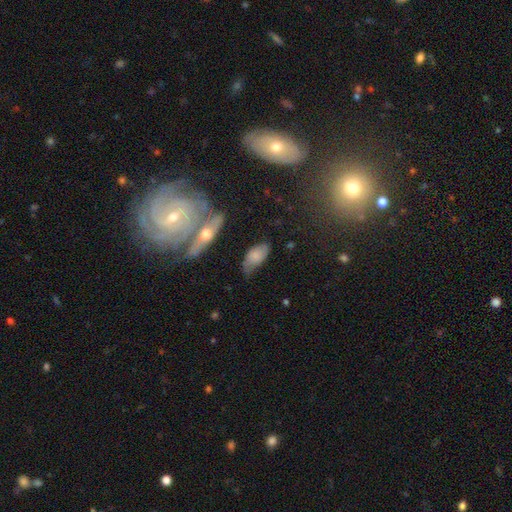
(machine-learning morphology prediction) A smooth galaxy with no disk features (67%) that is in between round and cigar-shaped (91%).

Vote fractions:
- Smooth or featured? smooth: 67% / featured or disk: 24% / star or artifact: 8%
- How rounded? in between: 91% / cigar-shaped: 5% / round: 4%
- Merging? none: 47% / minor disturbance: 37% / major disturbance: 12% / merger: 5%